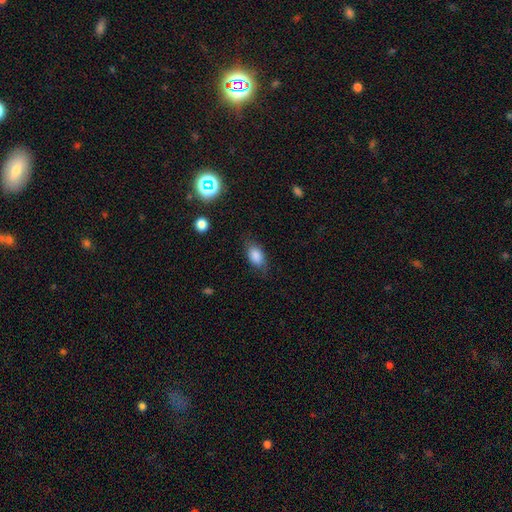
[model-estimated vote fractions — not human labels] smooth-or-featured: smooth: 84% | featured or disk: 8% | star or artifact: 8%
  how-rounded: in between: 87% | round: 8% | cigar-shaped: 5%
  merging: none: 75% | minor disturbance: 18% | major disturbance: 6% | merger: 1%